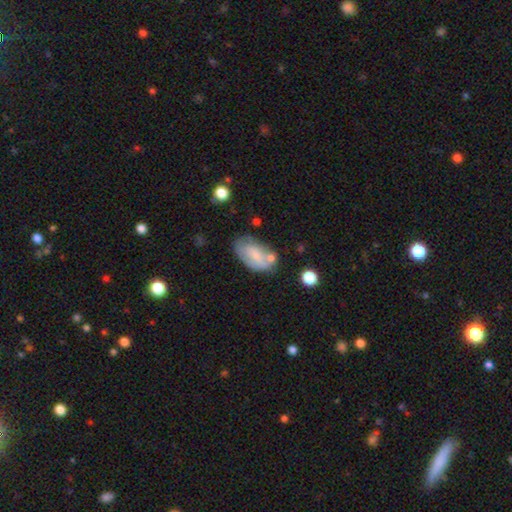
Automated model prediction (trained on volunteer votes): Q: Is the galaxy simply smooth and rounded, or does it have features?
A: smooth — 63%.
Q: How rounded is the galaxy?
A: in between — 92%.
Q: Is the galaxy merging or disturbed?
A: none — 49%.